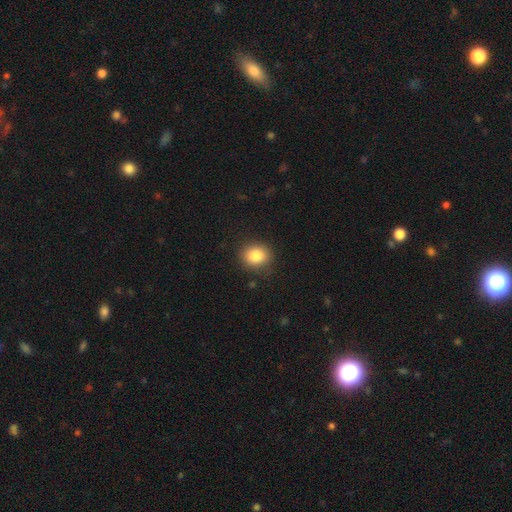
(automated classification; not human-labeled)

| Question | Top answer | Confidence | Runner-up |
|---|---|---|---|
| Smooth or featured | smooth | 84% | star or artifact (10%) |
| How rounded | round | 75% | in between (24%) |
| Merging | none | 88% | minor disturbance (9%) |